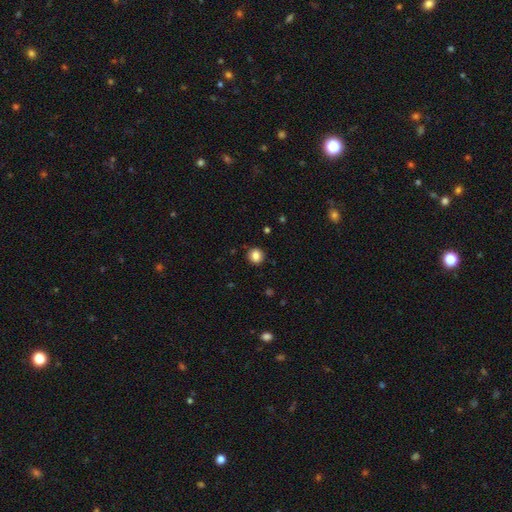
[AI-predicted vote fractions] Smooth or featured? smooth (84%)
How rounded? round (89%)
Merging? none (90%)